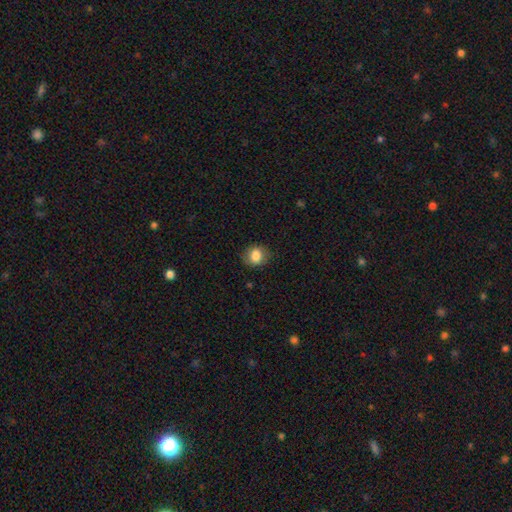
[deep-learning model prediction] Smooth or featured? smooth (83%)
How rounded? round (71%)
Merging? none (81%)